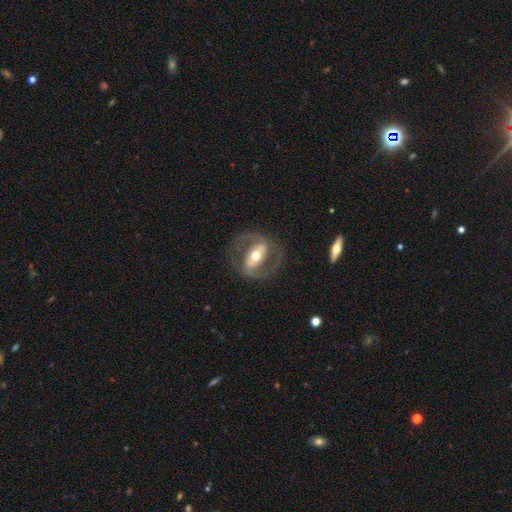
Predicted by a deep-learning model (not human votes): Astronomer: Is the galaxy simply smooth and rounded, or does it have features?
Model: featured or disk — 80%.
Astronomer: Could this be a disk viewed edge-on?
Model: no — 93%.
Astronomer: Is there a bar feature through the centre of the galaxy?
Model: strong — 53%.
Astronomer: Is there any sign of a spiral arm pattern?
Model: yes — 69%.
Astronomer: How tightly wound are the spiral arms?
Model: medium — 51% (runner-up: tight, 28%).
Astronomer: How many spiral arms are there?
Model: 2 — 87%.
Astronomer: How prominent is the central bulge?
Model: moderate — 72%.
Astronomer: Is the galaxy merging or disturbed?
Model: none — 77%.